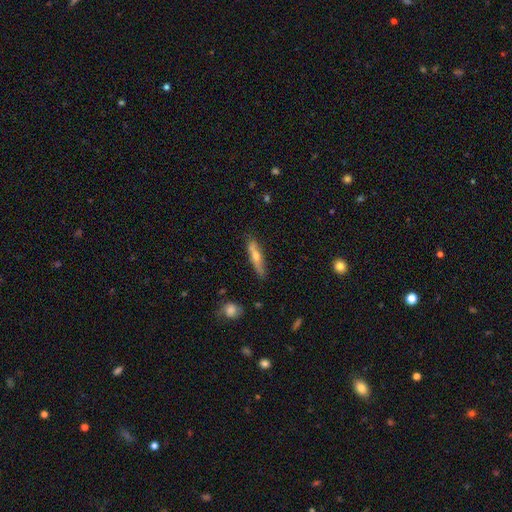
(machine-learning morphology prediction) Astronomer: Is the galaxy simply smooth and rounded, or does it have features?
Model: featured or disk — 49% (runner-up: smooth, 44%).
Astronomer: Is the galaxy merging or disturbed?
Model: none — 82%.